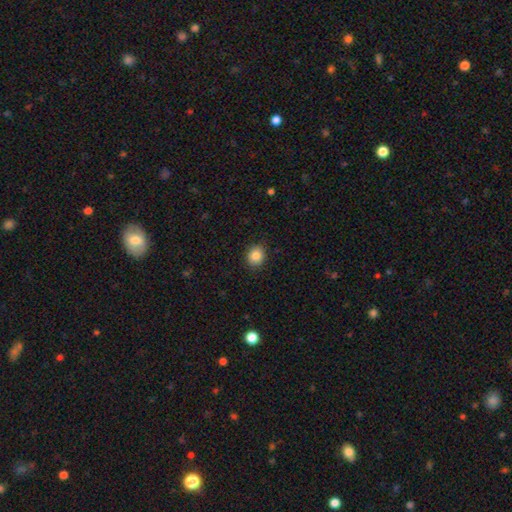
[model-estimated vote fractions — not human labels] Smooth or featured? Predicted: smooth (p=0.85). How rounded? Predicted: round (p=0.76). Merging? Predicted: none (p=0.89).